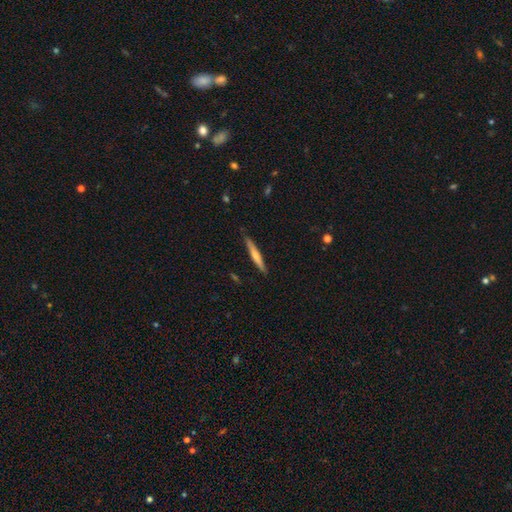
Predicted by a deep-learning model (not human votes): This is possibly a smooth galaxy (51%). How rounded: clearly cigar-shaped (95%). Merging: clearly none (88%).